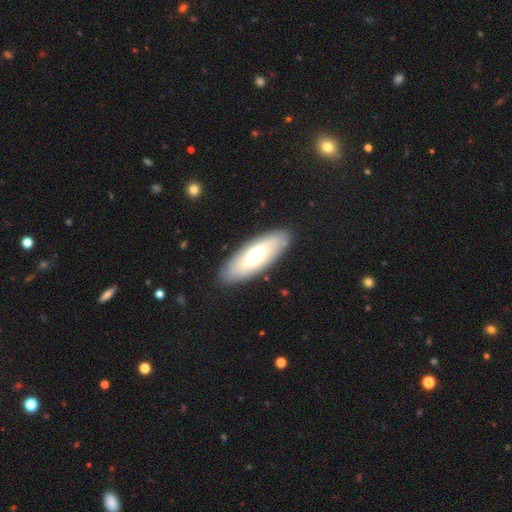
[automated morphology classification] Smooth or featured? Predicted: smooth (p=0.55). How rounded? Predicted: in between (p=0.74). Merging? Predicted: none (p=0.87).